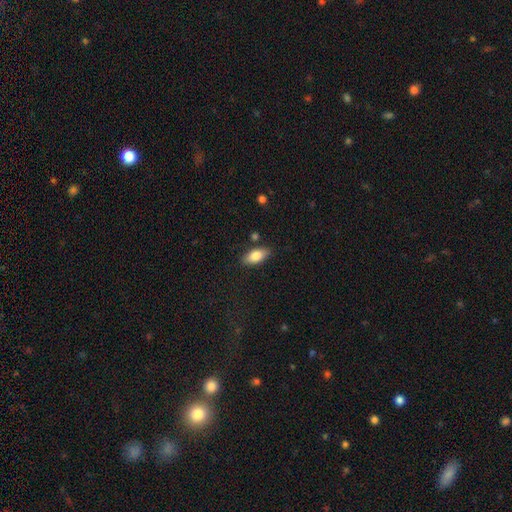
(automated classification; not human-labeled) Q: Smooth or featured?
A: smooth (82%); runner-up: featured or disk (11%)
Q: How rounded?
A: in between (88%); runner-up: cigar-shaped (10%)
Q: Merging?
A: none (83%); runner-up: minor disturbance (11%)